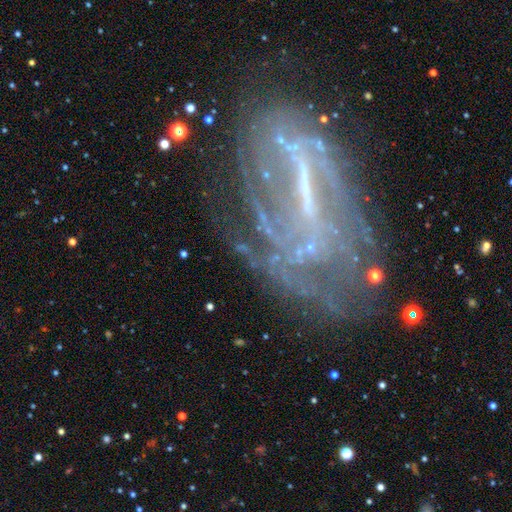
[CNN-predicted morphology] This appears to be a featured or disk galaxy (76%) with a strong bar (59%), spiral arms (60%) and no central bulge (46%). Merging: none (47%).